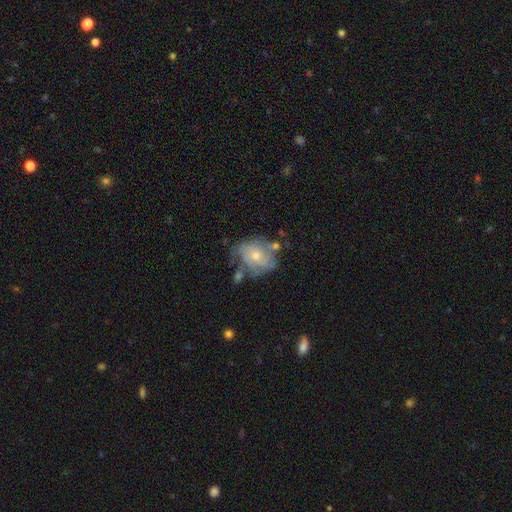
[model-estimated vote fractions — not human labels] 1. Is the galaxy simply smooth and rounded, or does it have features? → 62% featured or disk, 31% smooth, 7% star or artifact.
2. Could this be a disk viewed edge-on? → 97% no, 3% yes.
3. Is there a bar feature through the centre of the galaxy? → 82% no, 16% weak, 3% strong.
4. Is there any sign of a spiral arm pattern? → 69% yes, 31% no.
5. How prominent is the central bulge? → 49% small, 46% moderate, 2% large, 2% none, 1% dominant.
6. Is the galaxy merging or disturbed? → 44% none, 27% minor disturbance, 16% major disturbance, 13% merger.